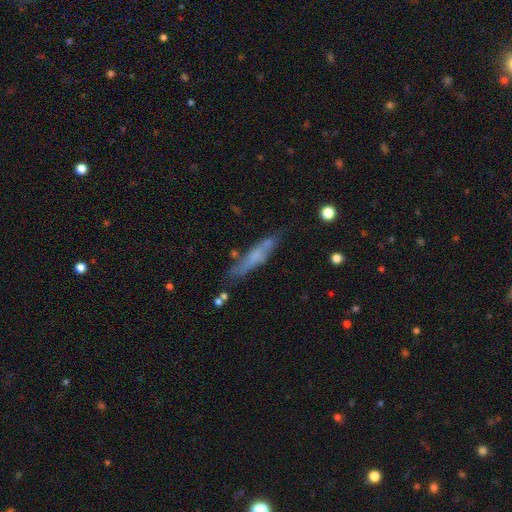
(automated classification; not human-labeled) Q: Smooth or featured?
A: smooth (51%); runner-up: featured or disk (40%)
Q: How rounded?
A: cigar-shaped (87%); runner-up: in between (12%)
Q: Merging?
A: none (67%); runner-up: minor disturbance (21%)